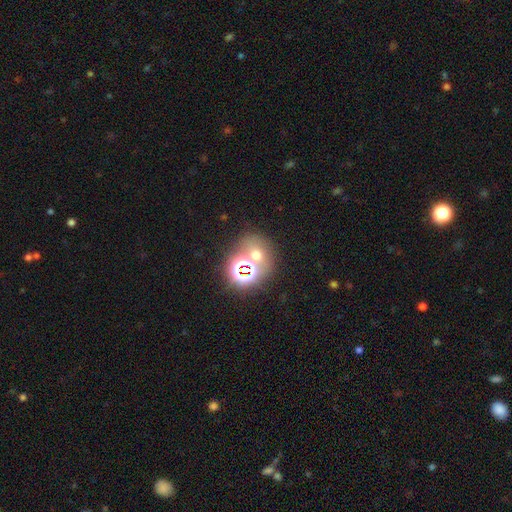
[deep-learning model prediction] Smooth or featured?
  - smooth: 47% *
  - star or artifact: 39%
  - featured or disk: 14%
Merging?
  - none: 54% *
  - merger: 32%
  - minor disturbance: 9%
  - major disturbance: 6%